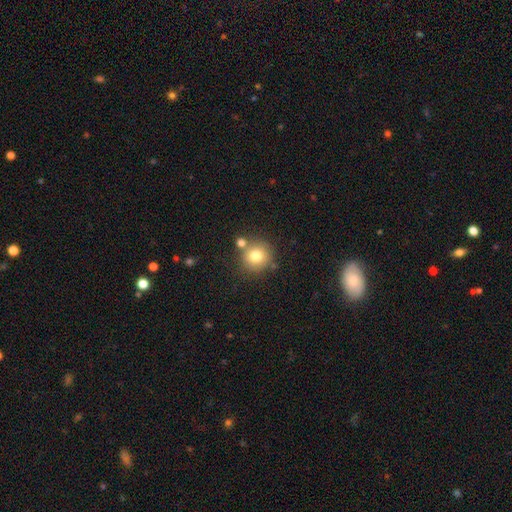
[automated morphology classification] Overall: smooth (77%). How rounded: round (91%). Merging: none (72%).